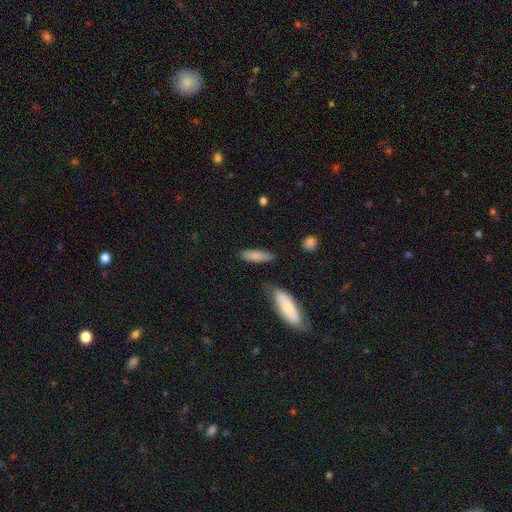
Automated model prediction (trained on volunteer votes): A smooth galaxy with no disk features (82%) that is cigar-shaped (54%). Merging: none (70%).